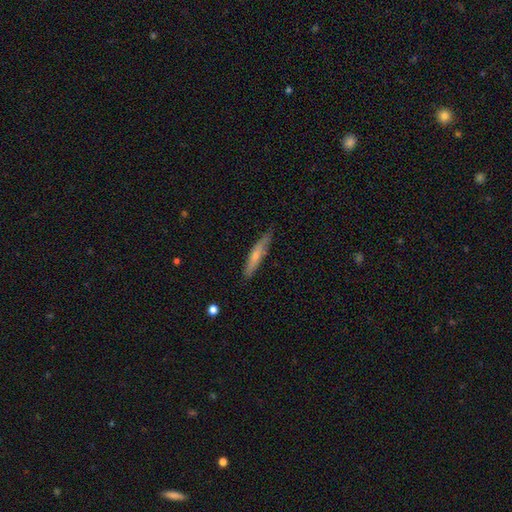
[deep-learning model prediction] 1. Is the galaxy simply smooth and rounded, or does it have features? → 56% smooth, 39% featured or disk, 6% star or artifact.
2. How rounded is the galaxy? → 89% cigar-shaped, 9% in between, 2% round.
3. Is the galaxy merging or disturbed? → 77% none, 18% minor disturbance, 3% major disturbance, 2% merger.